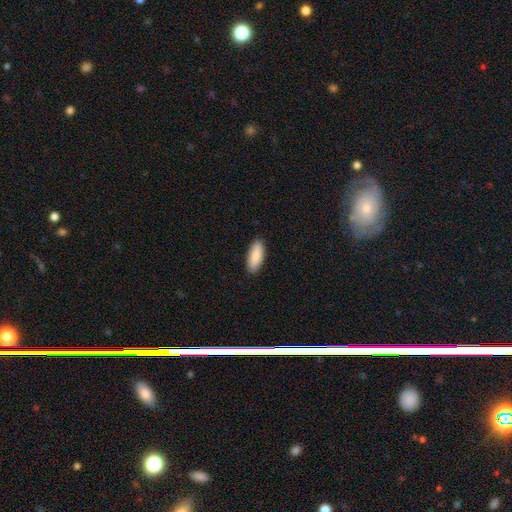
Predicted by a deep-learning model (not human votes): smooth_or_featured: smooth (p=0.86) [alt: featured or disk p=0.08]
how_rounded: in between (p=0.77) [alt: cigar-shaped p=0.22]
merging: none (p=0.89) [alt: minor disturbance p=0.09]